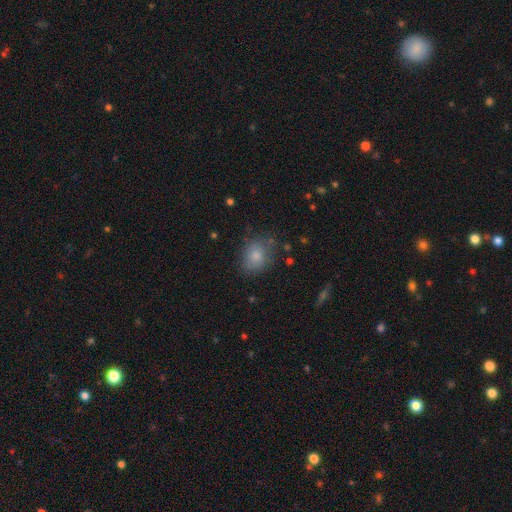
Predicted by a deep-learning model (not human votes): Smooth or featured? smooth (81%)
How rounded? round (51%)
Merging? none (70%)